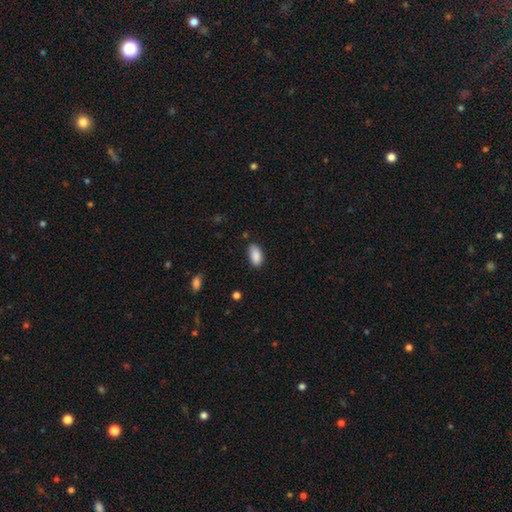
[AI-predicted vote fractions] Smooth or featured? Predicted: smooth (p=0.89). How rounded? Predicted: in between (p=0.93). Merging? Predicted: none (p=0.79).